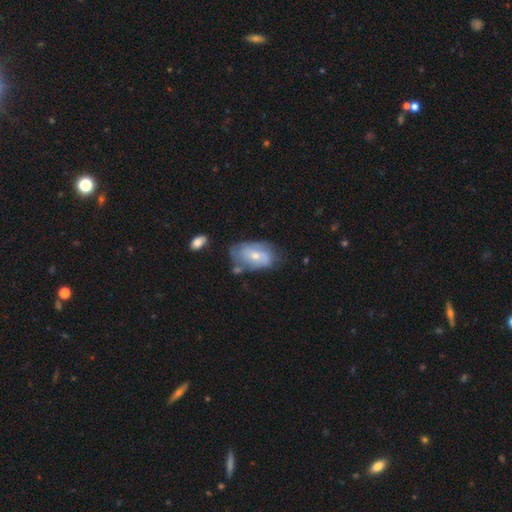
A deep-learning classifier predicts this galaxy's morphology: smooth_or_featured: featured or disk (p=0.54) [alt: smooth p=0.39]
disk_edge_on: no (p=0.95) [alt: yes p=0.05]
bar: no (p=0.64) [alt: weak p=0.30]
has_spiral_arms: yes (p=0.71) [alt: no p=0.29]
bulge_size: moderate (p=0.51) [alt: small p=0.44]
merging: none (p=0.50) [alt: minor disturbance p=0.30]